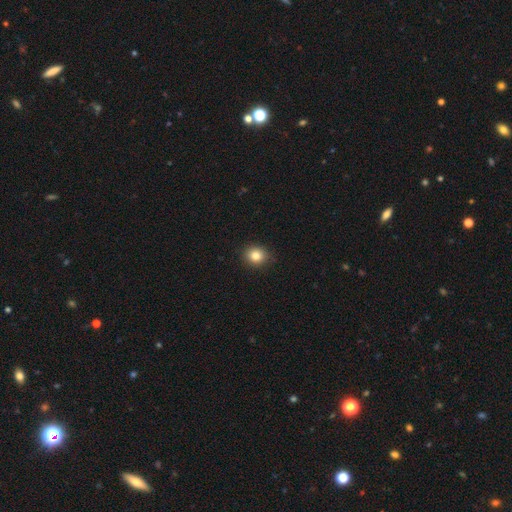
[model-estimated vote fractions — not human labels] A smooth galaxy with no disk features (83%) that is round (77%).

Vote fractions:
- Smooth or featured? smooth: 83% / star or artifact: 11% / featured or disk: 6%
- How rounded? round: 77% / in between: 22% / cigar-shaped: 1%
- Merging? none: 90% / minor disturbance: 7% / major disturbance: 2% / merger: 1%